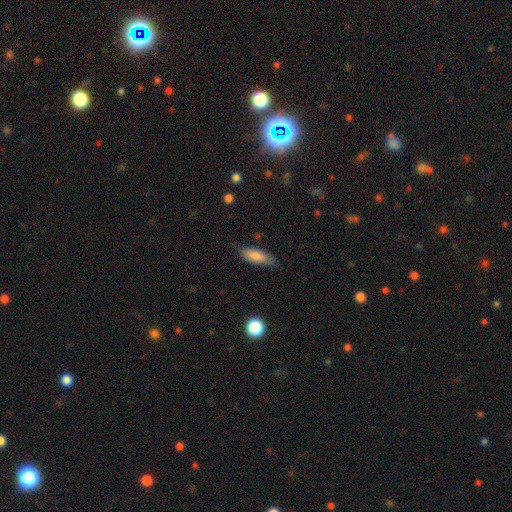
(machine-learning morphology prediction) The model was most divided on "how rounded": in between: 64%, cigar-shaped: 34%, round: 2%. More confident: smooth or featured — smooth (84%); merging — none (74%).